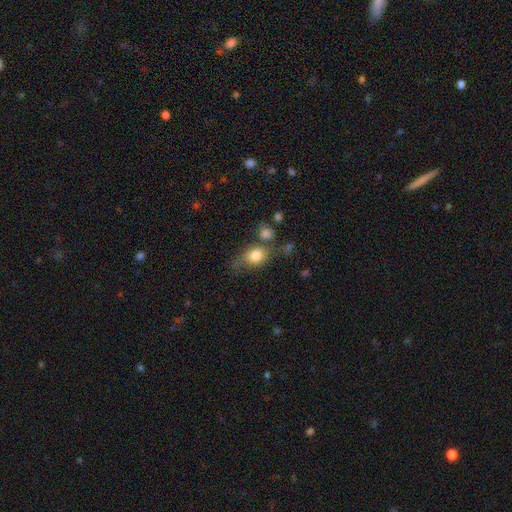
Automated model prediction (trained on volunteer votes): Morphology: type=smooth (77%); roundness=in between (58%); merging=none (50%).